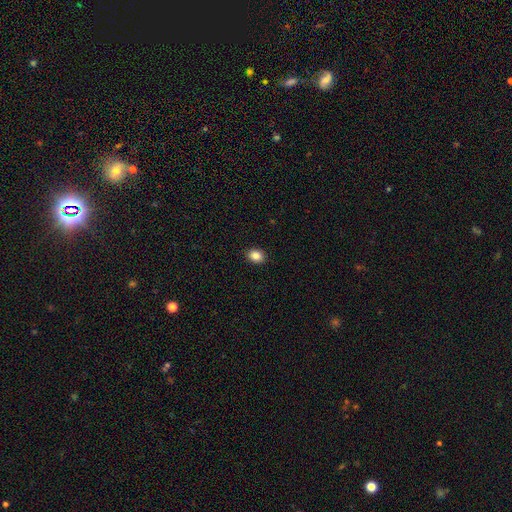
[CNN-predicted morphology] This is clearly a smooth galaxy (86%). How rounded: possibly in between (57%). Merging: clearly none (91%).